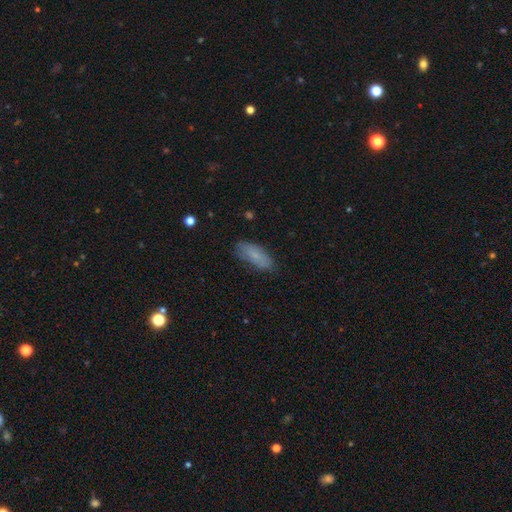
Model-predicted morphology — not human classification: Smooth or featured? Predicted: smooth (p=0.77). How rounded? Predicted: in between (p=0.74). Merging? Predicted: none (p=0.76).